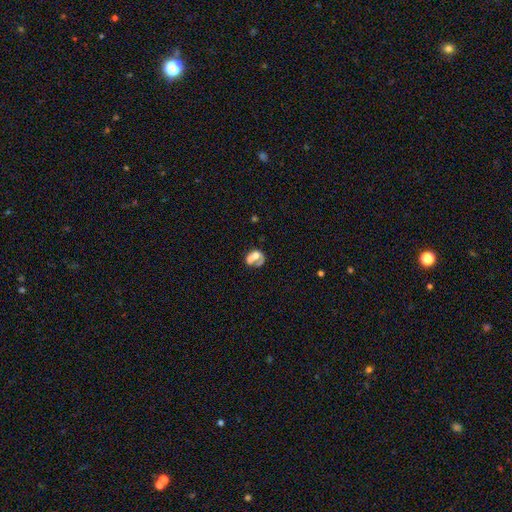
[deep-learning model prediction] The model was most divided on "smooth or featured": smooth: 48%, featured or disk: 42%, star or artifact: 10%. Remaining: merging — merger (48%).